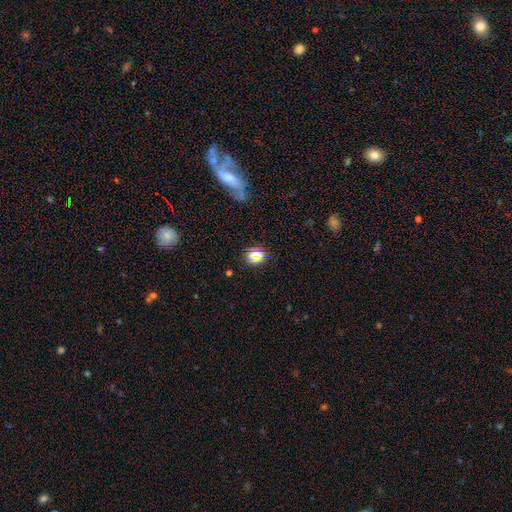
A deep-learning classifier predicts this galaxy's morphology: A star or artifact, not a galaxy (51%).

Vote fractions:
- Smooth or featured? star or artifact: 51% / smooth: 39% / featured or disk: 10%